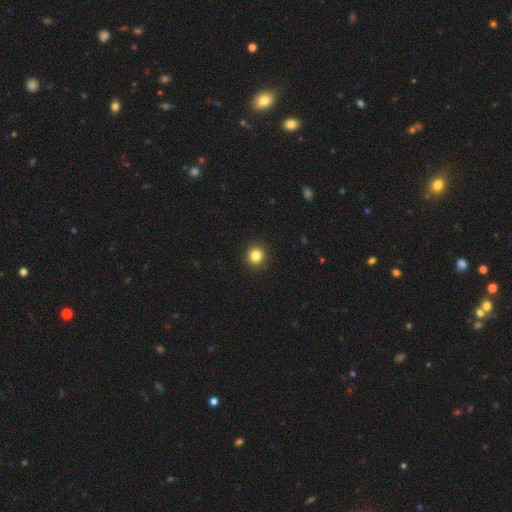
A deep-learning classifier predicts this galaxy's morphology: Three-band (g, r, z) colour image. It shows a smooth galaxy with no disk features (83%) that is round (91%). Merging: none (93%).